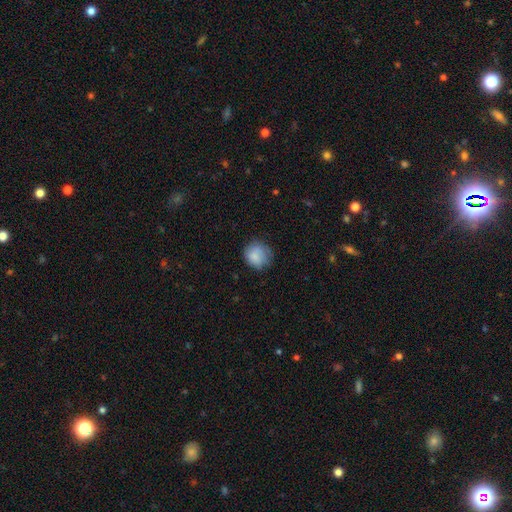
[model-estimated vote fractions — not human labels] smooth_or_featured: smooth (p=0.81) [alt: featured or disk p=0.11]
how_rounded: round (p=0.81) [alt: in between p=0.18]
merging: none (p=0.66) [alt: minor disturbance p=0.25]